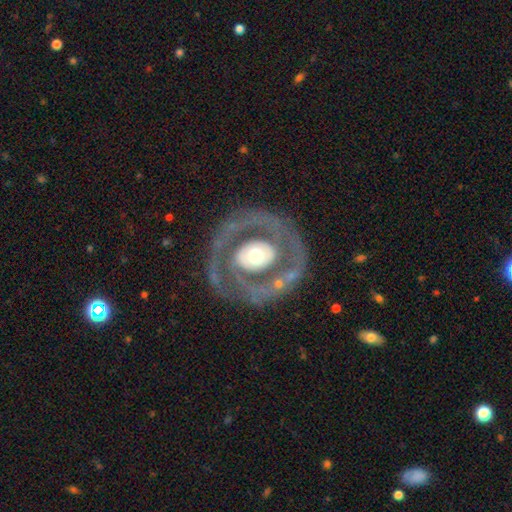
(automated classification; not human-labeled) This appears to be a featured or disk galaxy (77%) with no bar (74%), spiral arms (57%) and a moderate central bulge (56%). Merging: none (73%).